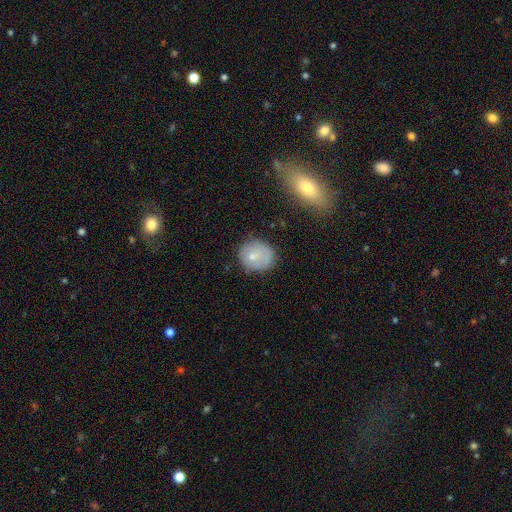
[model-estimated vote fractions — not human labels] smooth-or-featured: smooth: 70% | featured or disk: 22% | star or artifact: 8%
  how-rounded: round: 81% | in between: 18% | cigar-shaped: 1%
  merging: none: 77% | minor disturbance: 17% | major disturbance: 4% | merger: 2%